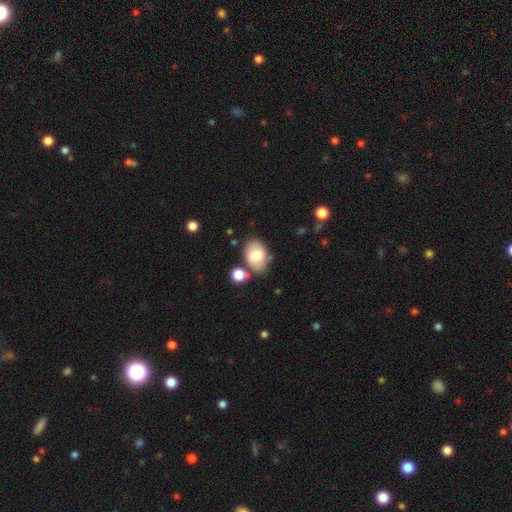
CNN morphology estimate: The model was most divided on "merging": none: 66%, minor disturbance: 16%, merger: 13%, major disturbance: 5%. More confident: how rounded — in between (81%); smooth or featured — smooth (73%).